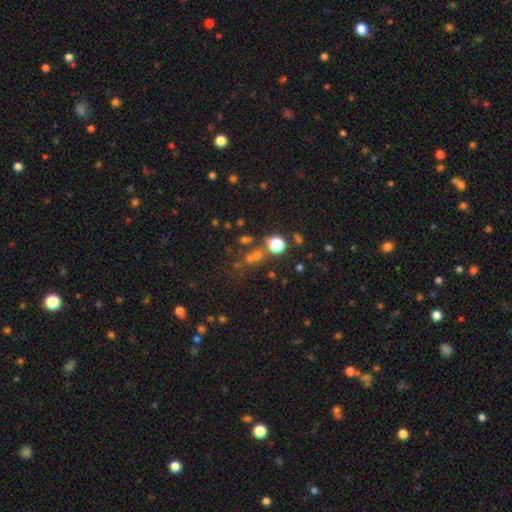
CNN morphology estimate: A star or artifact, not a galaxy (48%).